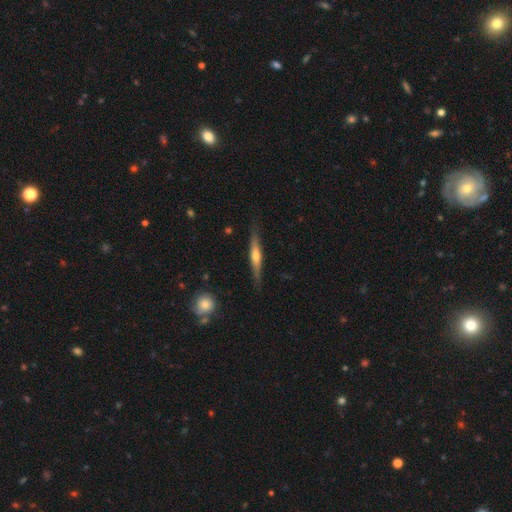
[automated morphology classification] type=featured or disk (55%); edge-on=yes (95%); edge-on bulge=rounded (76%); merging=none (83%).